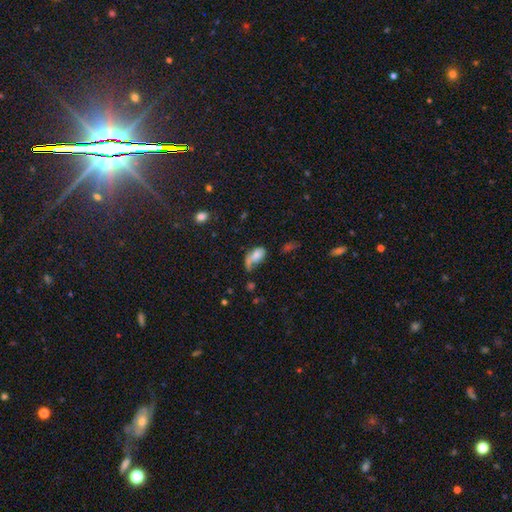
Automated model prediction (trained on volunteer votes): Q: Smooth or featured?
A: smooth (63%); runner-up: featured or disk (25%)
Q: How rounded?
A: in between (88%); runner-up: round (8%)
Q: Merging?
A: major disturbance (31%); runner-up: none (29%)